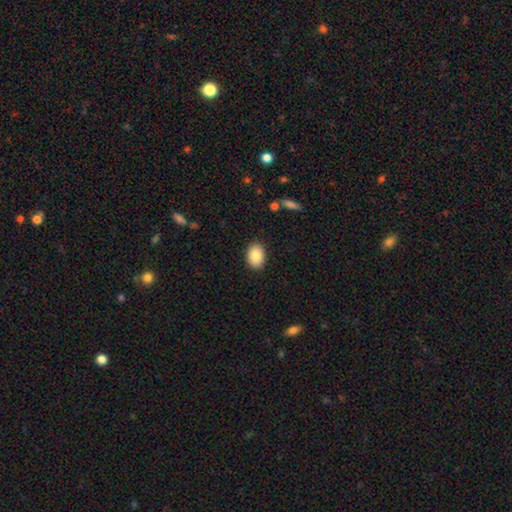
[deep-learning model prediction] The model was most divided on "how rounded": in between: 80%, round: 19%, cigar-shaped: 1%. More confident: merging — none (89%); smooth or featured — smooth (88%).